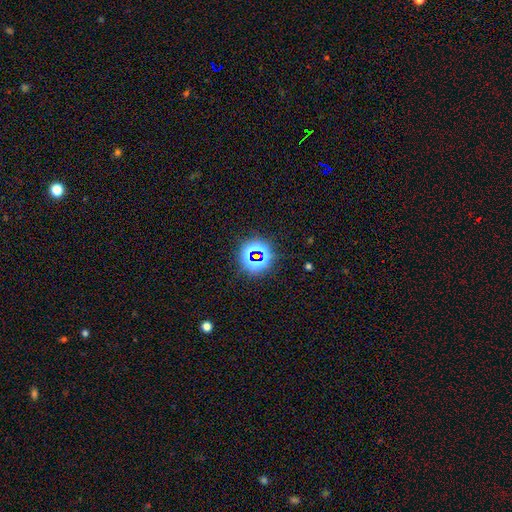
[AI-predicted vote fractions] A star or artifact, not a galaxy (72%).